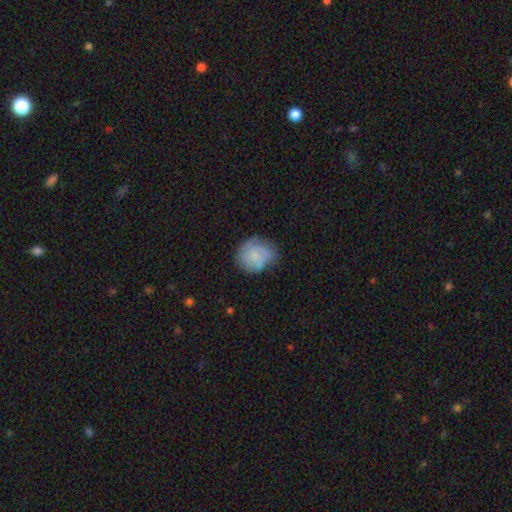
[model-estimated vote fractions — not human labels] This appears to be a smooth galaxy with no disk features (63%) that is round (72%). Merging: none (54%).